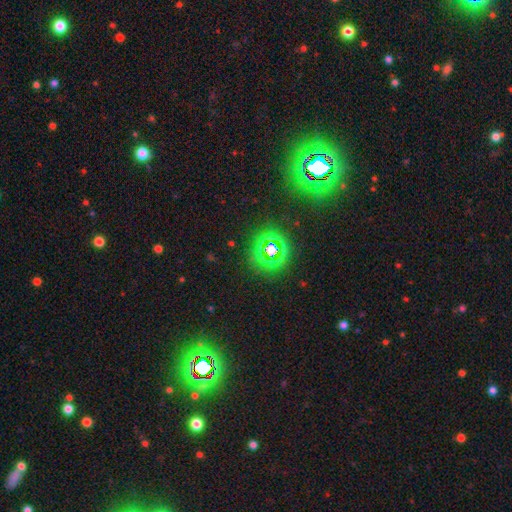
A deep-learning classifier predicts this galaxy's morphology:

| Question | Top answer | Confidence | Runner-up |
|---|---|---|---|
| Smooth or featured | star or artifact | 76% | smooth (16%) |